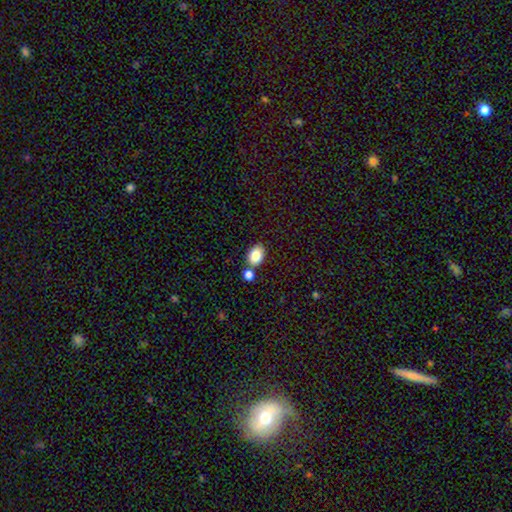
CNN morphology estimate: This is clearly a smooth galaxy (85%). How rounded: clearly in between (82%). Merging: likely none (64%).